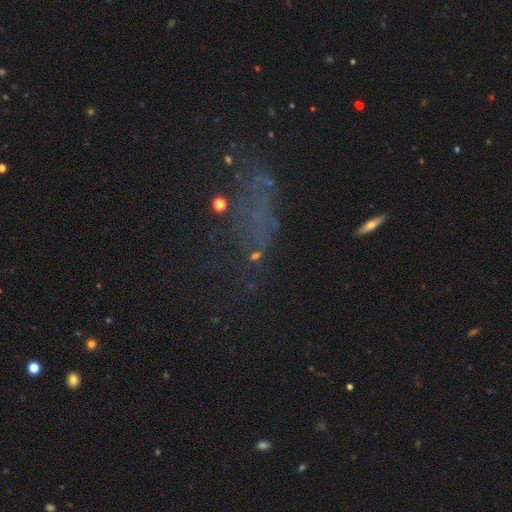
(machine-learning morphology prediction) smooth_or_featured: star or artifact (p=0.41) [alt: featured or disk p=0.30]